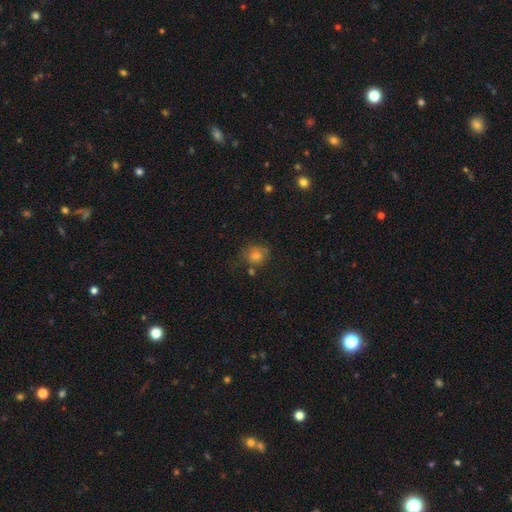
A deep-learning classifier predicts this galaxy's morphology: Smooth or featured: smooth — 72% (star or artifact — 18%)
How rounded: round — 70% (in between — 29%)
Merging: none — 68% (minor disturbance — 19%)